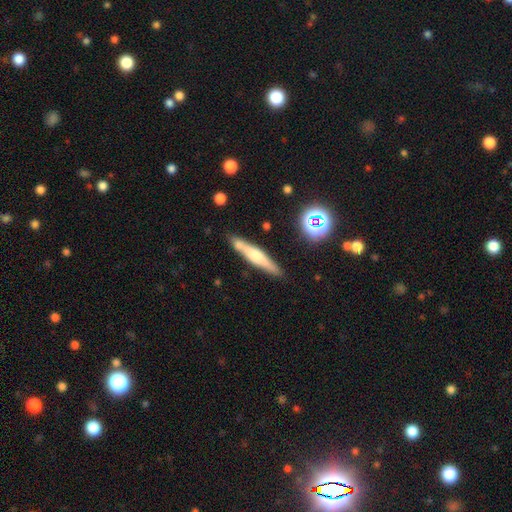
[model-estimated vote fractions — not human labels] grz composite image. It shows a featured or disk galaxy (49%). Merging: none (79%).